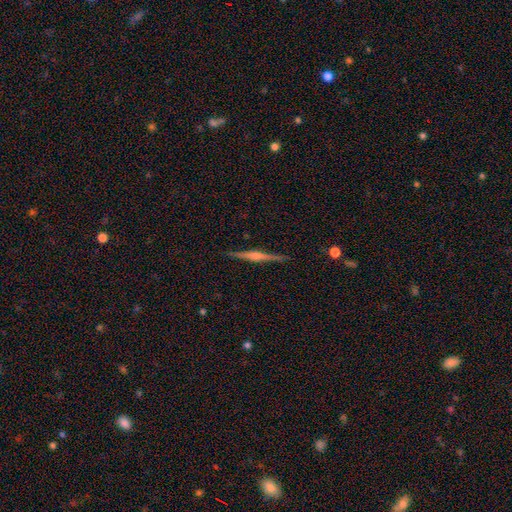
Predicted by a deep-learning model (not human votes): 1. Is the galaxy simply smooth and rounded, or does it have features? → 83% featured or disk, 11% smooth, 6% star or artifact.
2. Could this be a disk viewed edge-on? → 99% yes, 1% no.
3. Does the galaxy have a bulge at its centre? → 75% rounded, 16% boxy, 9% none.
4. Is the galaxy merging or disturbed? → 92% none, 5% minor disturbance, 1% major disturbance, 1% merger.